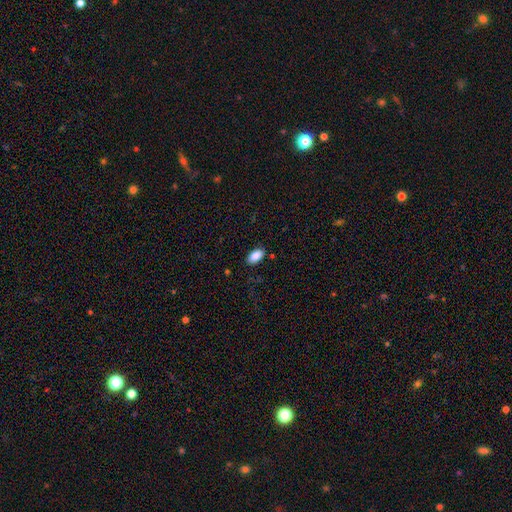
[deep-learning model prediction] This appears to be a smooth galaxy with no disk features (88%) that is in between round and cigar-shaped (94%). Merging: none (85%).